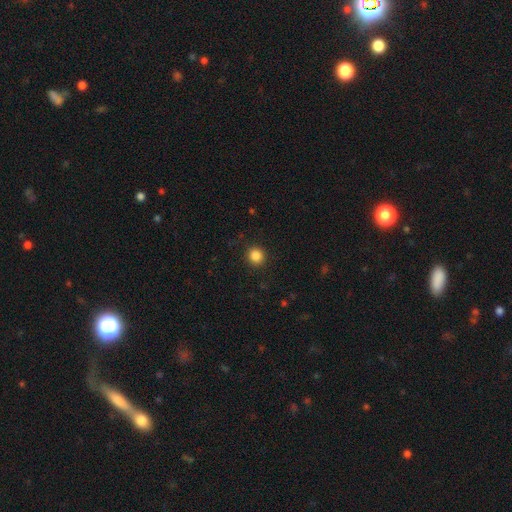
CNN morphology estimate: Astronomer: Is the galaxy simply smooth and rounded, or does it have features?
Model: smooth — 85%.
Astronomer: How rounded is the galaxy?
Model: round — 92%.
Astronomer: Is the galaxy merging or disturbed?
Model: none — 91%.